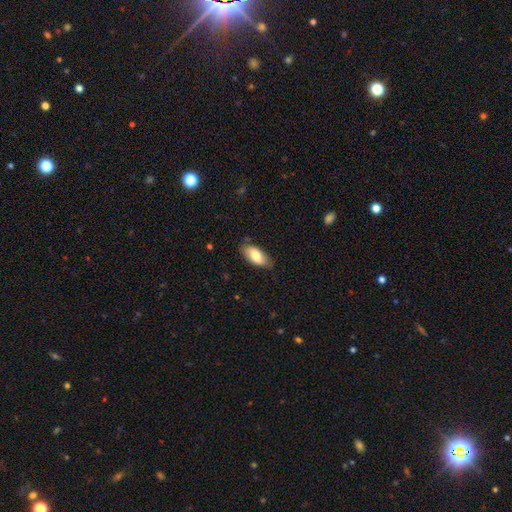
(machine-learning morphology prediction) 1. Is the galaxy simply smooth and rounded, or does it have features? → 76% smooth, 18% featured or disk, 6% star or artifact.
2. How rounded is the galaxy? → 91% in between, 7% cigar-shaped, 2% round.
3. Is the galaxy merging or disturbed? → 78% none, 18% minor disturbance, 3% major disturbance, 1% merger.